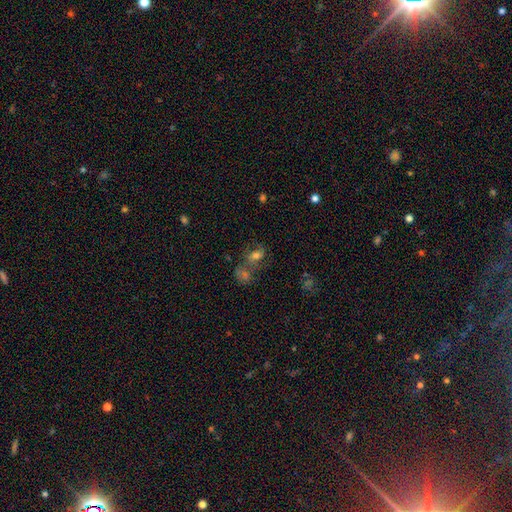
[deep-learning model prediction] smooth_or_featured: smooth (p=0.51) [alt: featured or disk p=0.35]
how_rounded: in between (p=0.69) [alt: round p=0.29]
merging: merger (p=0.40) [alt: none p=0.36]